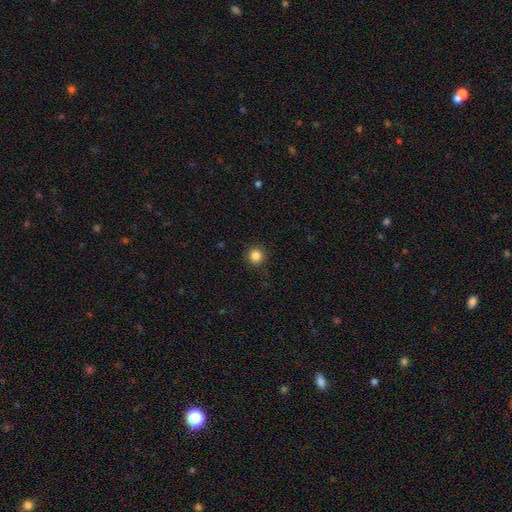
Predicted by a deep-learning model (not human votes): smooth_or_featured: smooth (p=0.85) [alt: star or artifact p=0.11]
how_rounded: round (p=0.94) [alt: in between p=0.05]
merging: none (p=0.91) [alt: minor disturbance p=0.06]